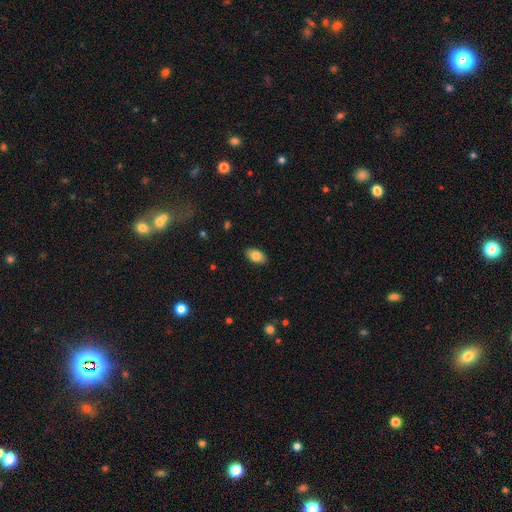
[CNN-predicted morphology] The model was most divided on "smooth or featured": smooth: 84%, featured or disk: 9%, star or artifact: 7%. More confident: how rounded — in between (93%); merging — none (88%).